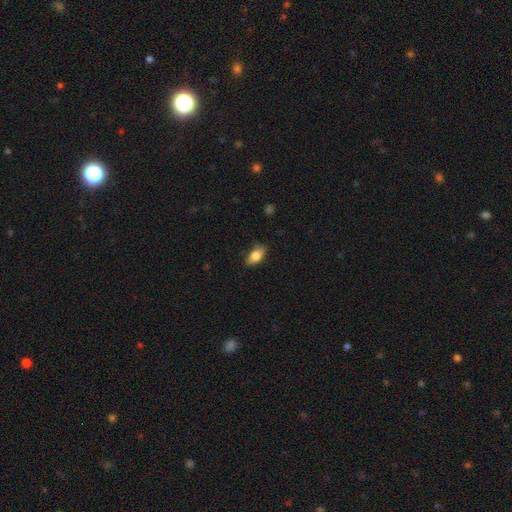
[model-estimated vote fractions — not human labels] A smooth galaxy with no disk features (79%) that is in between round and cigar-shaped (87%). Merging: none (78%).